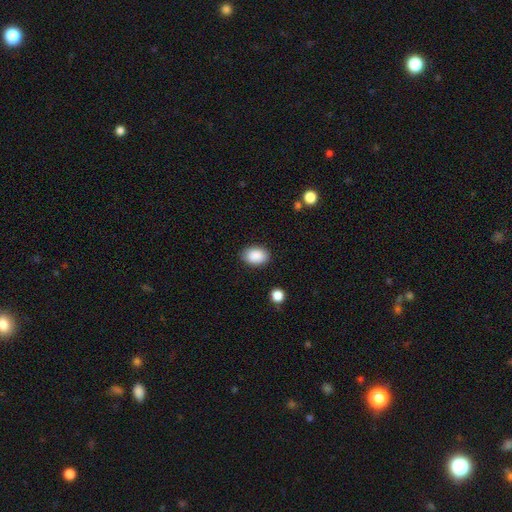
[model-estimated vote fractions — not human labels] Smooth or featured? Predicted: smooth (p=0.89). How rounded? Predicted: in between (p=0.83). Merging? Predicted: none (p=0.87).